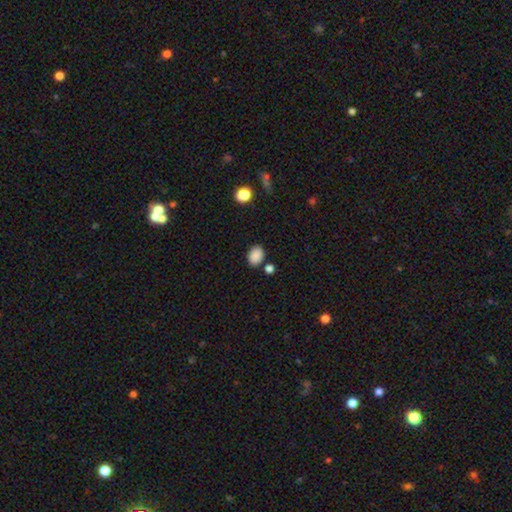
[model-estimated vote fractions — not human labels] Smooth or featured? Predicted: smooth (p=0.87). How rounded? Predicted: in between (p=0.70). Merging? Predicted: none (p=0.79).